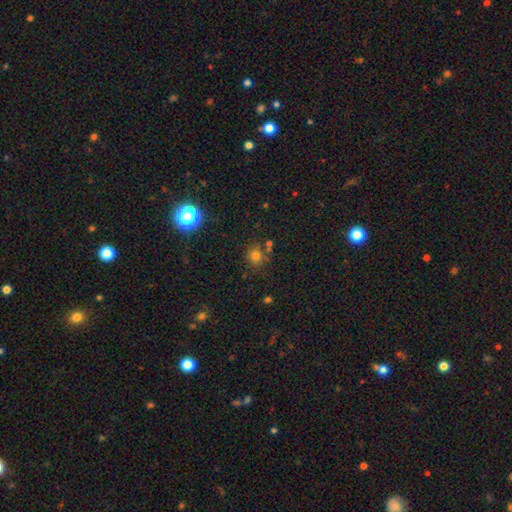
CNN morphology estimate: type=smooth (72%); roundness=round (85%); merging=none (71%).